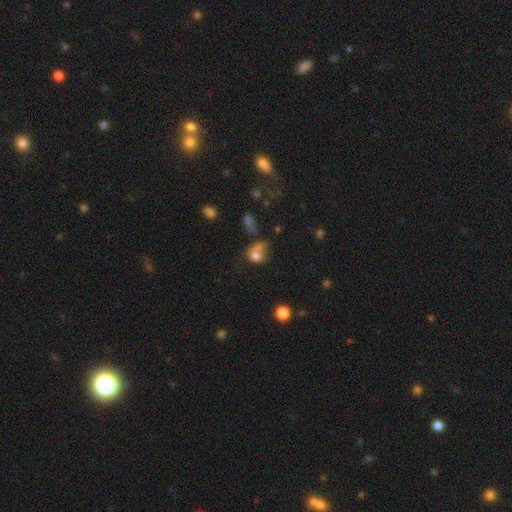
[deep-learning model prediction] This is likely a smooth galaxy (72%). How rounded: possibly round (52%). Merging: marginally merger (41%).